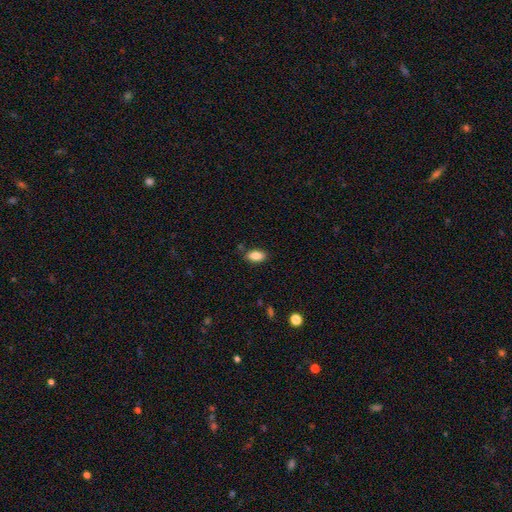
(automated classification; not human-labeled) Smooth or featured? smooth (86%)
How rounded? in between (91%)
Merging? none (83%)